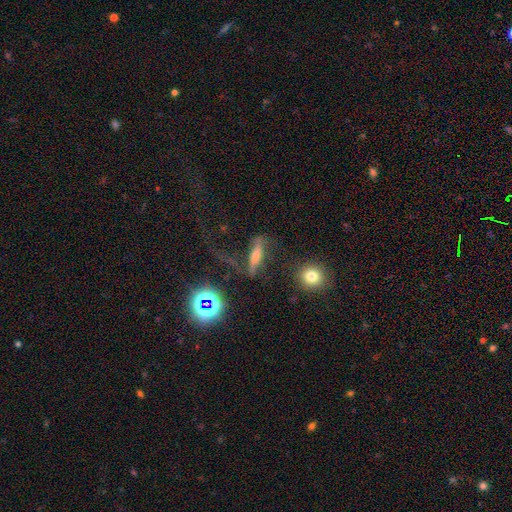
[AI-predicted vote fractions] smooth-or-featured: featured or disk: 46% | smooth: 33% | star or artifact: 21%
  merging: none: 58% | major disturbance: 19% | minor disturbance: 18% | merger: 5%